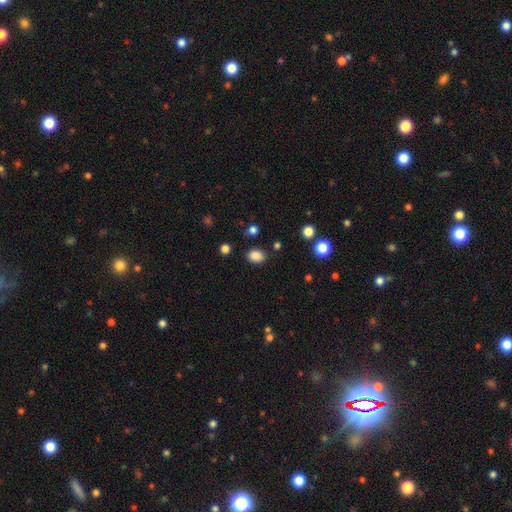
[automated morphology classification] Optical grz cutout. It shows a smooth galaxy with no disk features (86%) that is in between round and cigar-shaped (61%). Merging: none (85%).